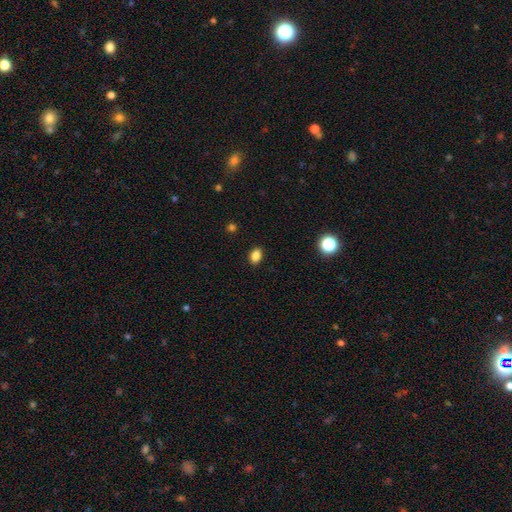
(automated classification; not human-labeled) This appears to be a smooth galaxy with no disk features (85%) that is in between round and cigar-shaped (76%). Merging: none (89%).